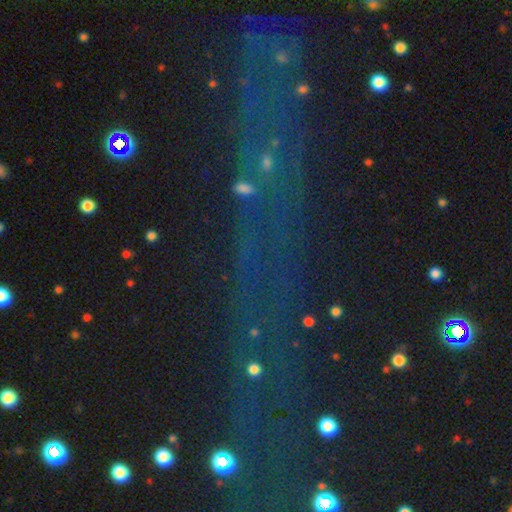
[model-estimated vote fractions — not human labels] Overall: star or artifact (64%).